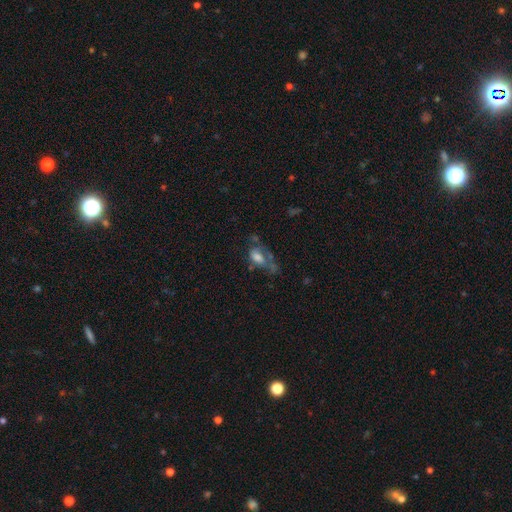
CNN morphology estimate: Smooth or featured?
  - featured or disk: 46% *
  - smooth: 31%
  - star or artifact: 22%
Merging?
  - none: 40% *
  - major disturbance: 30%
  - minor disturbance: 20%
  - merger: 9%